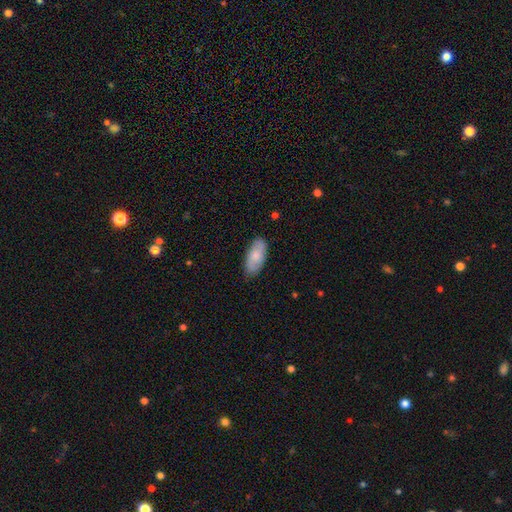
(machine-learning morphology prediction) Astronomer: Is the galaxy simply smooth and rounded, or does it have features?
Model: smooth — 67%.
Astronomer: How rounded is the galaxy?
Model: in between — 92%.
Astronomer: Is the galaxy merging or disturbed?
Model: none — 82%.